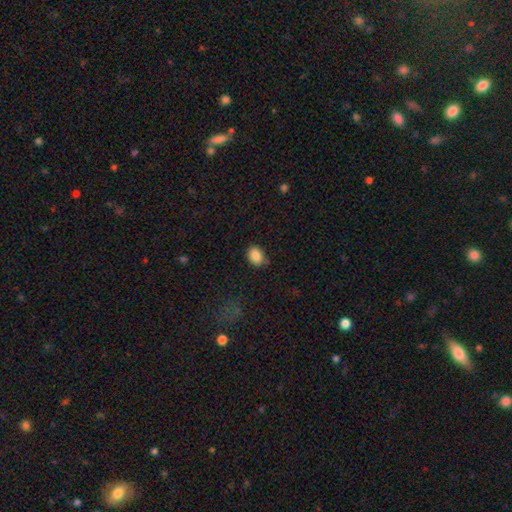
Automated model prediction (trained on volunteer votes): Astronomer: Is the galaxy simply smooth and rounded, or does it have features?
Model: smooth — 87%.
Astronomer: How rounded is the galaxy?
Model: in between — 69%.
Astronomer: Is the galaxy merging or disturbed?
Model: none — 78%.